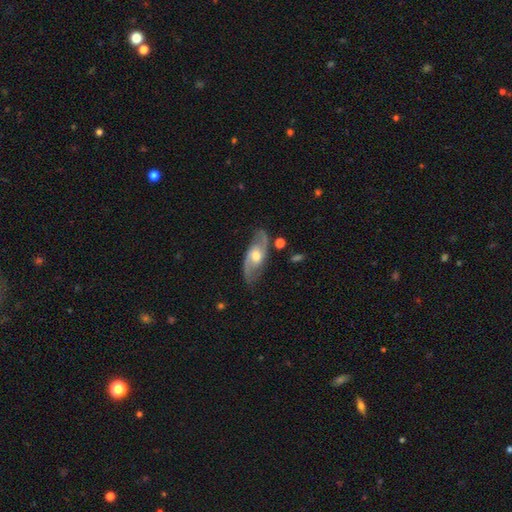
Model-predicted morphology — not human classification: Smooth or featured: featured or disk — 81% (smooth — 14%)
Edge-on disk: no — 91% (yes — 9%)
Bar: no — 54% (weak — 35%)
Spiral arms: yes — 92% (no — 8%)
Spiral winding: medium — 48% (loose — 32%)
Spiral arm count: 2 — 90% (can't tell — 5%)
Bulge size: moderate — 72% (small — 17%)
Merging: none — 80% (minor disturbance — 14%)